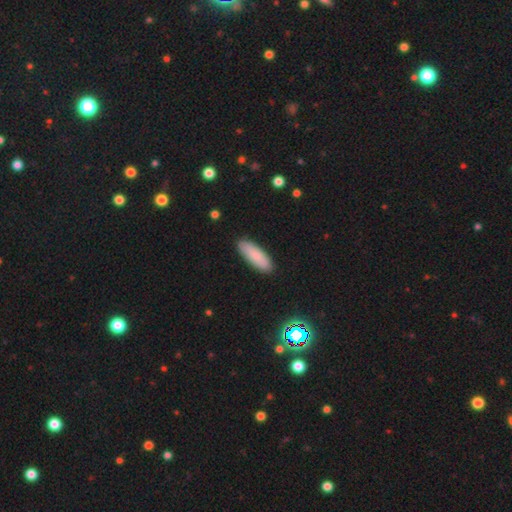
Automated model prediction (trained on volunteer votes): Smooth or featured? smooth (83%)
How rounded? in between (61%)
Merging? none (89%)